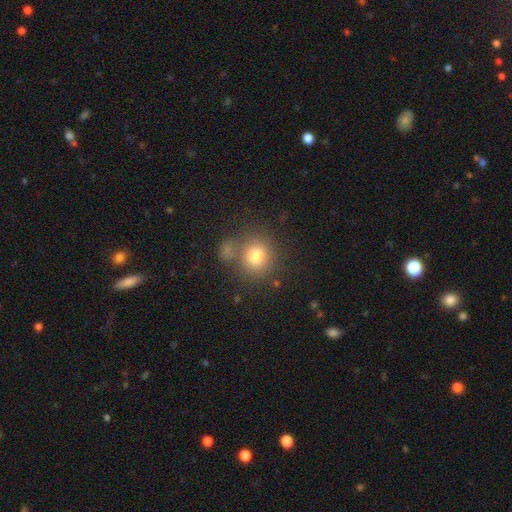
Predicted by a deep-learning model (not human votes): Smooth or featured?
  - smooth: 78% *
  - star or artifact: 12%
  - featured or disk: 10%
How rounded?
  - round: 88% *
  - in between: 11%
  - cigar-shaped: 1%
Merging?
  - none: 67% *
  - merger: 16%
  - minor disturbance: 12%
  - major disturbance: 5%